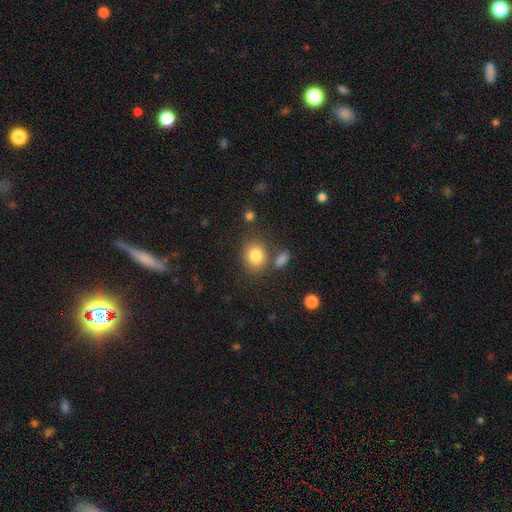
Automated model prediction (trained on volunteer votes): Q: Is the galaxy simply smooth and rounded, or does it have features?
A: smooth — 83%.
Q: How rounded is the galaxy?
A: round — 68%.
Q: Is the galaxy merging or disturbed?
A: none — 73%.